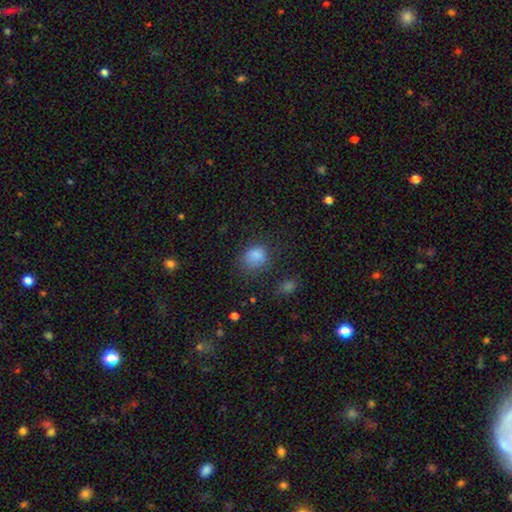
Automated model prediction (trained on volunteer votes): Smooth or featured? Predicted: smooth (p=0.82). How rounded? Predicted: round (p=0.60). Merging? Predicted: none (p=0.64).